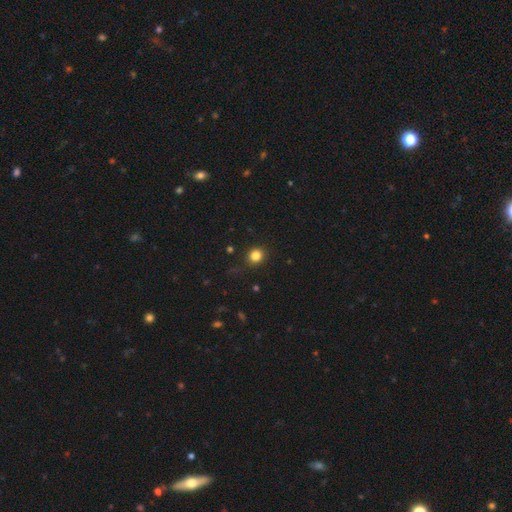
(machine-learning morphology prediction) A smooth galaxy with no disk features (82%) that is round (88%). Merging: none (86%).